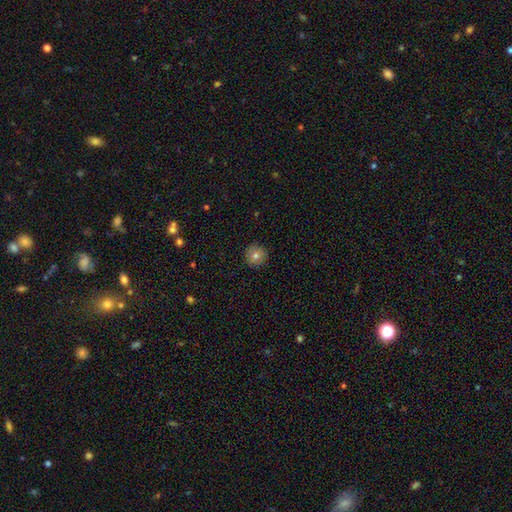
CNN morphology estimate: smooth-or-featured: smooth: 77% | featured or disk: 11% | star or artifact: 11%
  how-rounded: round: 95% | in between: 4% | cigar-shaped: 1%
  merging: none: 90% | minor disturbance: 7% | major disturbance: 2% | merger: 1%